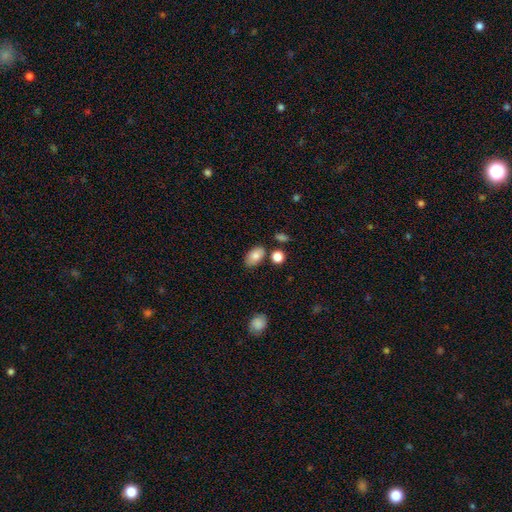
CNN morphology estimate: Smooth or featured?
  - smooth: 82% *
  - featured or disk: 10%
  - star or artifact: 8%
How rounded?
  - in between: 91% *
  - round: 8%
  - cigar-shaped: 2%
Merging?
  - none: 76% *
  - minor disturbance: 13%
  - merger: 7%
  - major disturbance: 3%